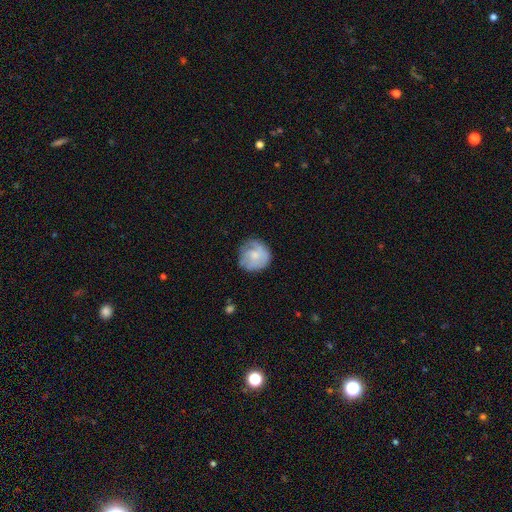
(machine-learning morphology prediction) smooth-or-featured: smooth: 56% | featured or disk: 37% | star or artifact: 7%
  how-rounded: round: 91% | in between: 8% | cigar-shaped: 1%
  merging: none: 73% | minor disturbance: 19% | major disturbance: 7% | merger: 1%